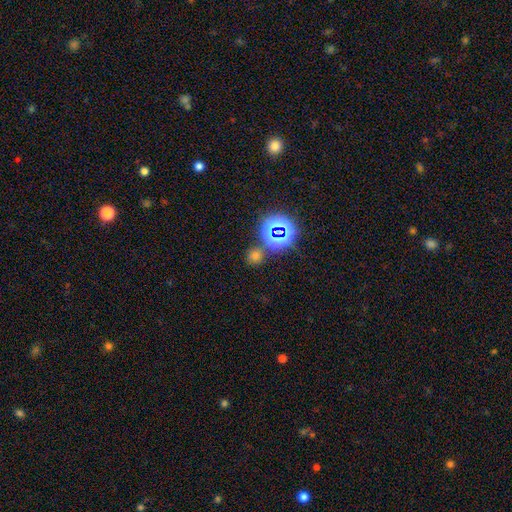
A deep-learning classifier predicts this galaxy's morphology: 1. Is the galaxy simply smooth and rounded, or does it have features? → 51% smooth, 42% star or artifact, 6% featured or disk.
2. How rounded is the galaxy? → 88% round, 11% in between, 1% cigar-shaped.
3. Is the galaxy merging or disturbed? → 76% none, 12% merger, 8% minor disturbance, 3% major disturbance.